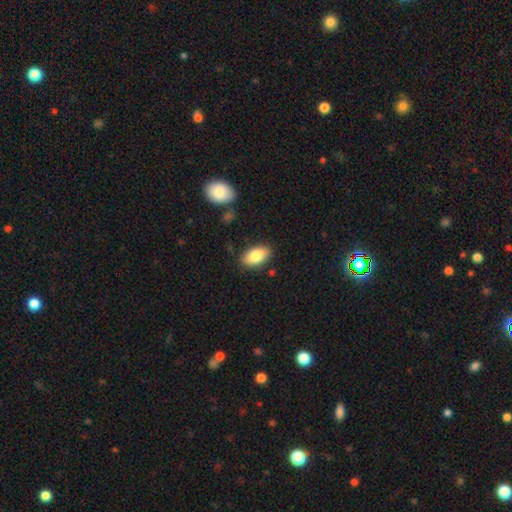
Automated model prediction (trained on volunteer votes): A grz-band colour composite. It shows a smooth galaxy with no disk features (82%) that is in between round and cigar-shaped (93%). Merging: none (84%).